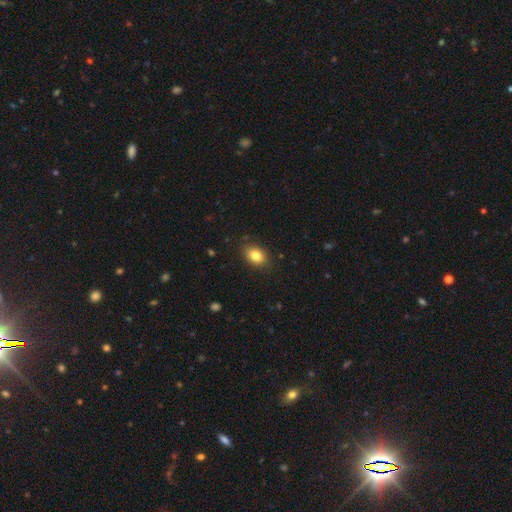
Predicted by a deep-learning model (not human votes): Smooth or featured?
  - smooth: 83% *
  - star or artifact: 9%
  - featured or disk: 8%
How rounded?
  - in between: 78% *
  - round: 21%
  - cigar-shaped: 1%
Merging?
  - none: 86% *
  - minor disturbance: 10%
  - major disturbance: 2%
  - merger: 1%